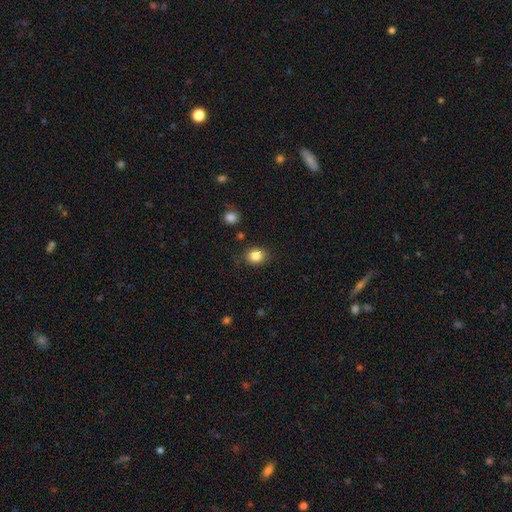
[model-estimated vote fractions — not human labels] smooth_or_featured: smooth (p=0.84) [alt: star or artifact p=0.10]
how_rounded: round (p=0.65) [alt: in between p=0.34]
merging: none (p=0.82) [alt: minor disturbance p=0.12]